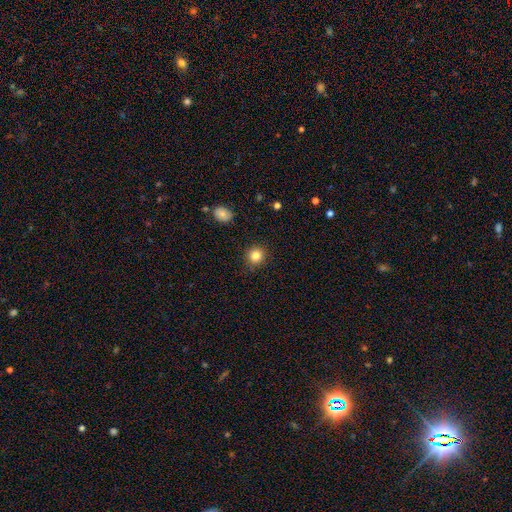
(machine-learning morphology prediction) A smooth galaxy with no disk features (84%) that is round (90%).

Vote fractions:
- Smooth or featured? smooth: 84% / star or artifact: 11% / featured or disk: 5%
- How rounded? round: 90% / in between: 9% / cigar-shaped: 1%
- Merging? none: 90% / minor disturbance: 7% / major disturbance: 2% / merger: 1%